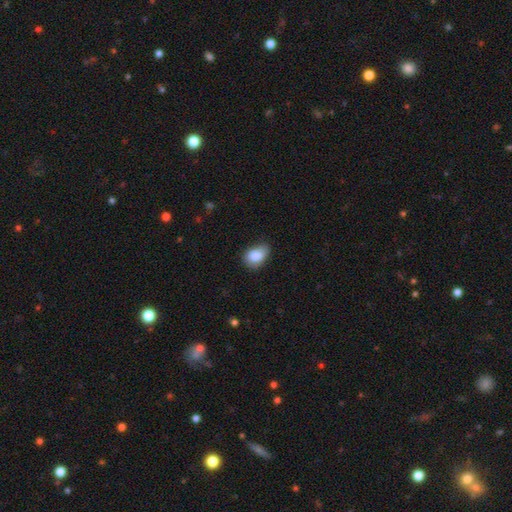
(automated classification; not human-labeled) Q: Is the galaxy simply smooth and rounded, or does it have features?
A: smooth — 84%.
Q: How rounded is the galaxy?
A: in between — 78%.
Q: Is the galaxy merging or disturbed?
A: none — 51%.